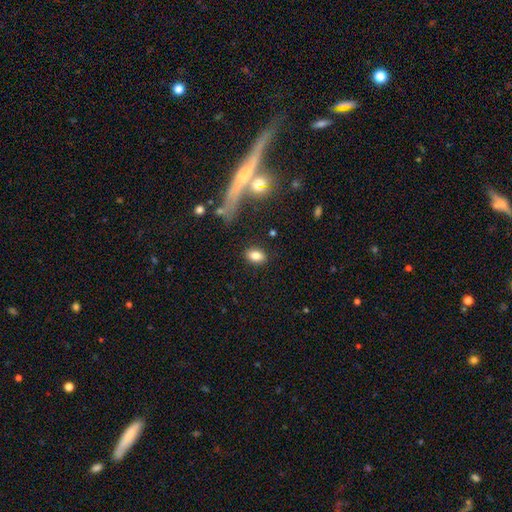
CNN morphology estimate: Q: Smooth or featured?
A: smooth (81%); runner-up: featured or disk (10%)
Q: How rounded?
A: in between (84%); runner-up: round (14%)
Q: Merging?
A: none (85%); runner-up: minor disturbance (9%)